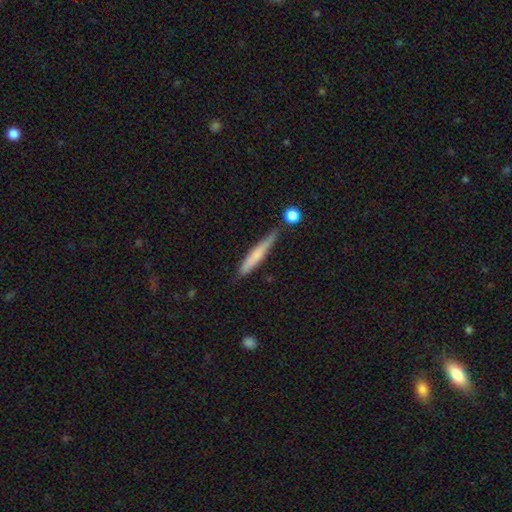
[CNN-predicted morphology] smooth_or_featured: smooth (p=0.63) [alt: featured or disk p=0.30]
how_rounded: cigar-shaped (p=0.94) [alt: in between p=0.05]
merging: none (p=0.70) [alt: minor disturbance p=0.20]